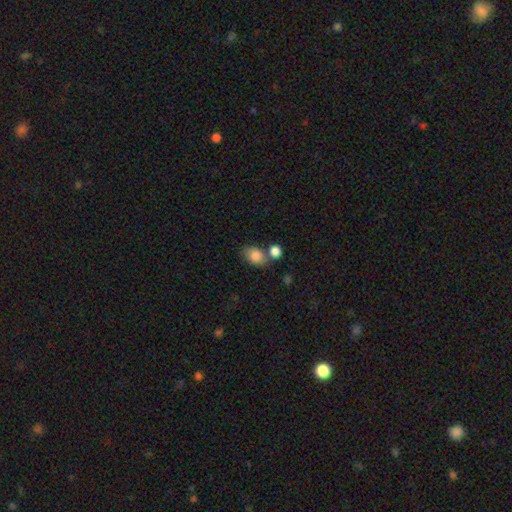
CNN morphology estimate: A smooth galaxy with no disk features (84%) that is in between round and cigar-shaped (76%).

Vote fractions:
- Smooth or featured? smooth: 84% / featured or disk: 8% / star or artifact: 8%
- How rounded? in between: 76% / round: 23% / cigar-shaped: 1%
- Merging? none: 56% / merger: 23% / minor disturbance: 16% / major disturbance: 5%